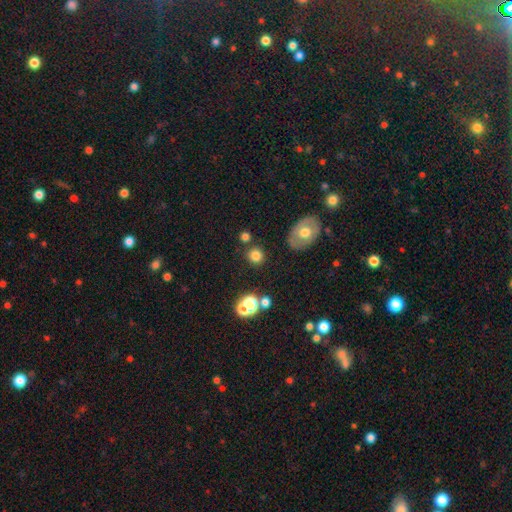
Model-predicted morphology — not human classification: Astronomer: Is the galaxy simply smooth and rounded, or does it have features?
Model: smooth — 77%.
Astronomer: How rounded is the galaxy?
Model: round — 84%.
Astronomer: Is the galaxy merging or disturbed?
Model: none — 80%.